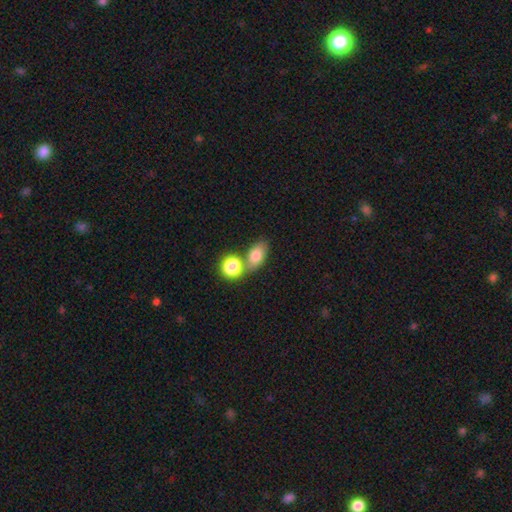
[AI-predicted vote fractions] Smooth or featured: smooth — 79% (featured or disk — 12%)
How rounded: in between — 79% (round — 18%)
Merging: none — 52% (merger — 32%)